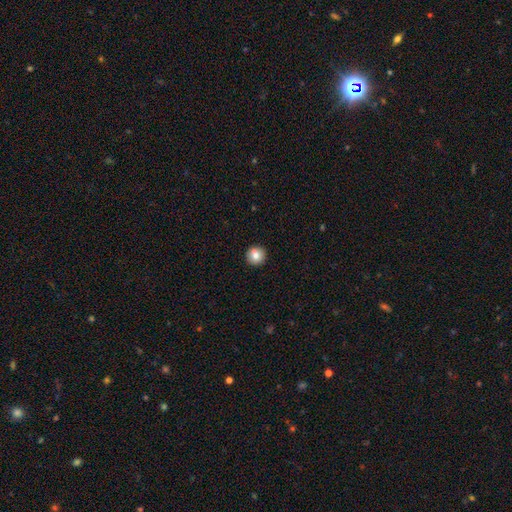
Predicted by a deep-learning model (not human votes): smooth 81%, featured or disk 9%, star or artifact 9%. Down the decision tree: how rounded — round (93%); merging — none (90%).